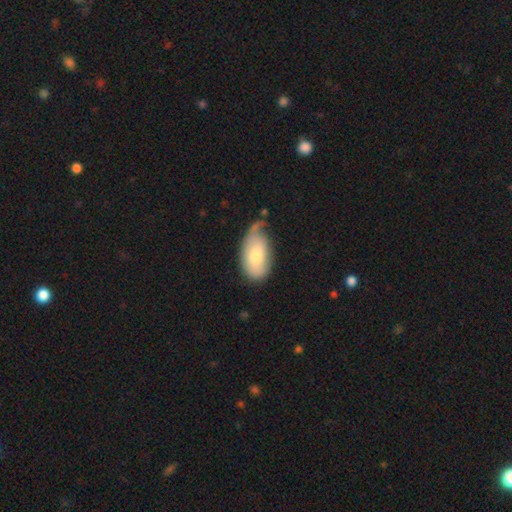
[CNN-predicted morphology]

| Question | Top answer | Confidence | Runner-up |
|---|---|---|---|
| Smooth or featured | smooth | 71% | featured or disk (22%) |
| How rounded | in between | 94% | round (5%) |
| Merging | none | 44% | minor disturbance (37%) |